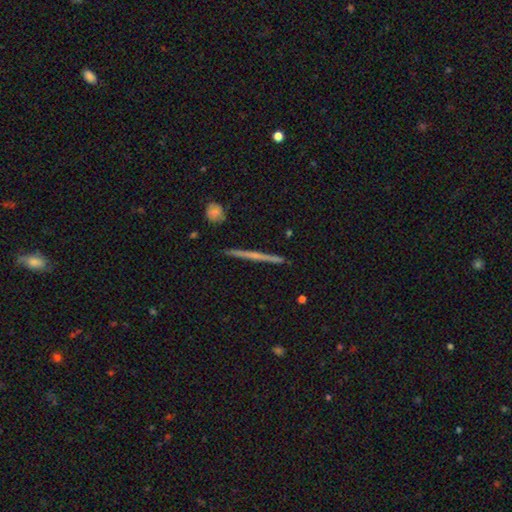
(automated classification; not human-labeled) smooth_or_featured: featured or disk (p=0.61) [alt: smooth p=0.33]
disk_edge_on: yes (p=0.98) [alt: no p=0.02]
edge_on_bulge: none (p=0.78) [alt: rounded p=0.17]
merging: none (p=0.92) [alt: minor disturbance p=0.06]